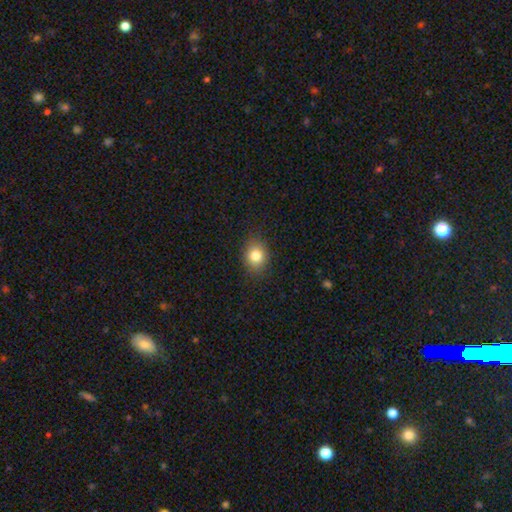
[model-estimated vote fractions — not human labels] Overall: smooth (82%). How rounded: round (57%; in between 42%). Merging: none (87%).